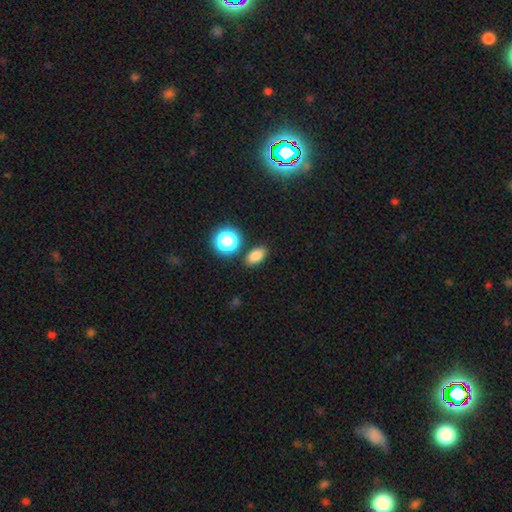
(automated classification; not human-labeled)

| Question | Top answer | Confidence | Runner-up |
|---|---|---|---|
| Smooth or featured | smooth | 80% | star or artifact (14%) |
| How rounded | in between | 81% | round (17%) |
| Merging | none | 84% | minor disturbance (9%) |